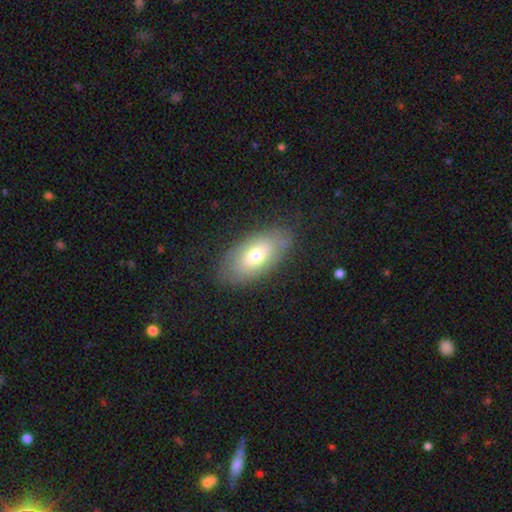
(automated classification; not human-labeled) smooth-or-featured: smooth: 63% | featured or disk: 30% | star or artifact: 8%
  how-rounded: in between: 92% | round: 4% | cigar-shaped: 4%
  merging: none: 77% | minor disturbance: 16% | major disturbance: 6% | merger: 1%